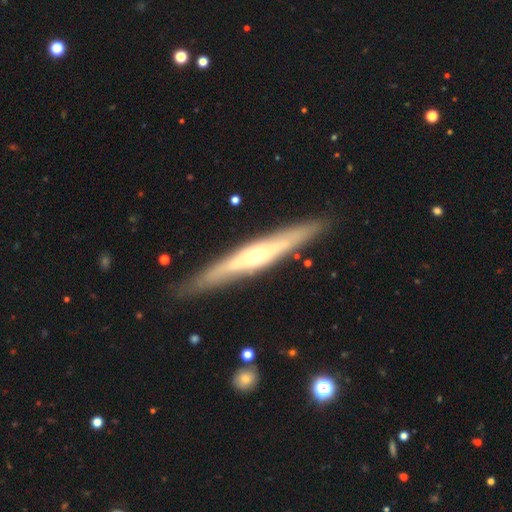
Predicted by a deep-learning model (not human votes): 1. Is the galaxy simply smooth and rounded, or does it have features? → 75% featured or disk, 20% smooth, 5% star or artifact.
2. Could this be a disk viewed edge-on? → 89% yes, 11% no.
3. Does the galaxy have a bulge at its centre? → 78% rounded, 15% none, 7% boxy.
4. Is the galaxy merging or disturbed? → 87% none, 10% minor disturbance, 2% major disturbance, 1% merger.